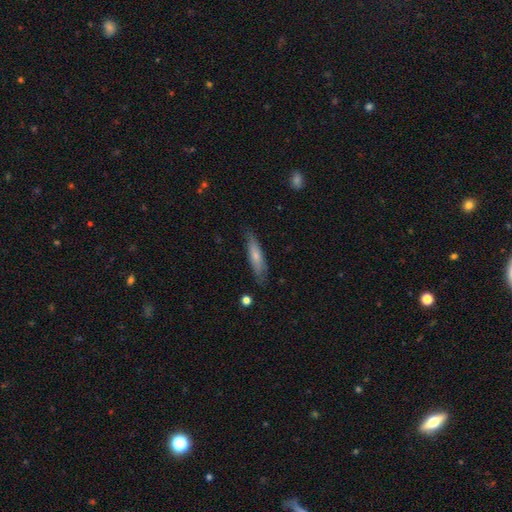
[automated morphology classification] The model was most divided on "smooth or featured": smooth: 65%, featured or disk: 29%, star or artifact: 6%. More confident: merging — none (79%); how rounded — cigar-shaped (76%).